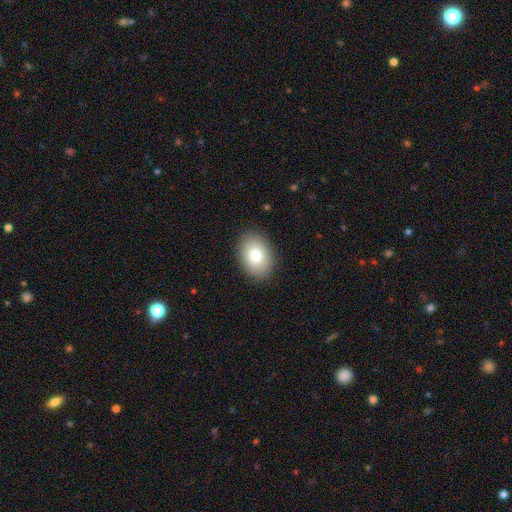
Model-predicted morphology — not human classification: Smooth or featured? smooth (80%)
How rounded? in between (79%)
Merging? none (89%)